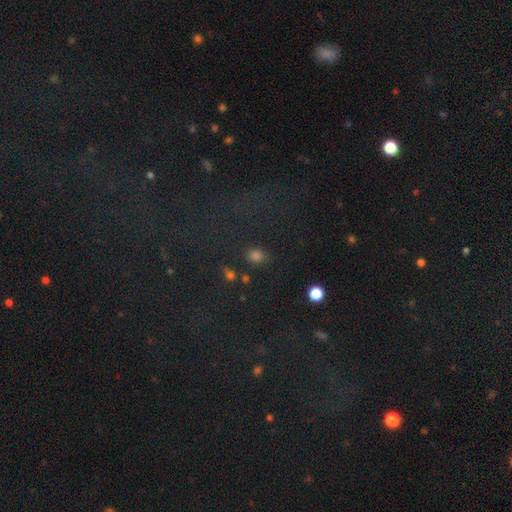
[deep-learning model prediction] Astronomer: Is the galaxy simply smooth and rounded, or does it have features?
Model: smooth — 73%.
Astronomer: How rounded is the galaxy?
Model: round — 50% (runner-up: in between, 48%).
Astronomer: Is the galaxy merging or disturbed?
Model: none — 81%.